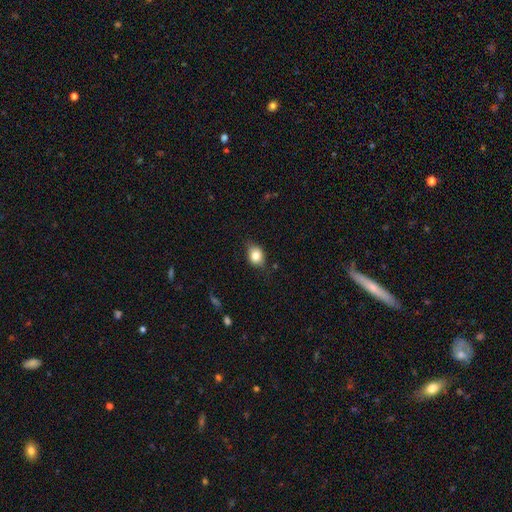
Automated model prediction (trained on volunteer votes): Morphology: type=smooth (78%); roundness=in between (59%); merging=none (73%).